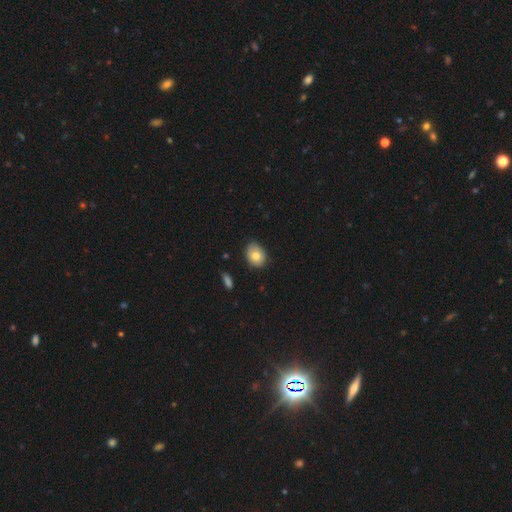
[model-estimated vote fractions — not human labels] A smooth galaxy with no disk features (79%) that is in between round and cigar-shaped (61%).

Vote fractions:
- Smooth or featured? smooth: 79% / featured or disk: 14% / star or artifact: 8%
- How rounded? in between: 61% / round: 38% / cigar-shaped: 1%
- Merging? none: 81% / minor disturbance: 15% / major disturbance: 2% / merger: 1%